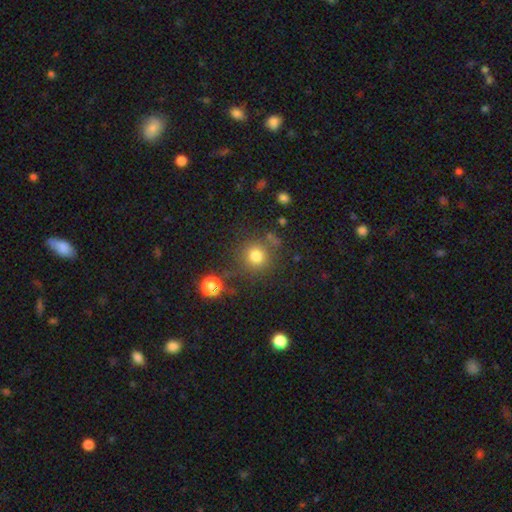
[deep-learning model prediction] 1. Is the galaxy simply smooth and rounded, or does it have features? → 77% smooth, 15% star or artifact, 7% featured or disk.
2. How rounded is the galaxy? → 91% round, 9% in between, 1% cigar-shaped.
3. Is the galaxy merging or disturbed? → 77% none, 11% minor disturbance, 6% merger, 5% major disturbance.